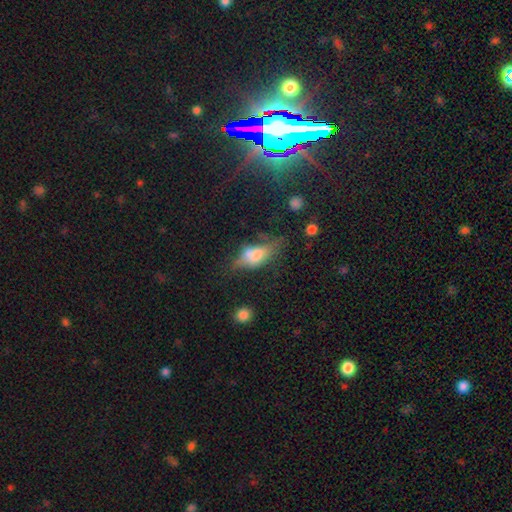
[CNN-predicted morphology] A smooth galaxy with no disk features (55%) that is in between round and cigar-shaped (77%).

Vote fractions:
- Smooth or featured? smooth: 55% / featured or disk: 33% / star or artifact: 12%
- How rounded? in between: 77% / cigar-shaped: 16% / round: 7%
- Merging? none: 35% / minor disturbance: 26% / major disturbance: 22% / merger: 18%